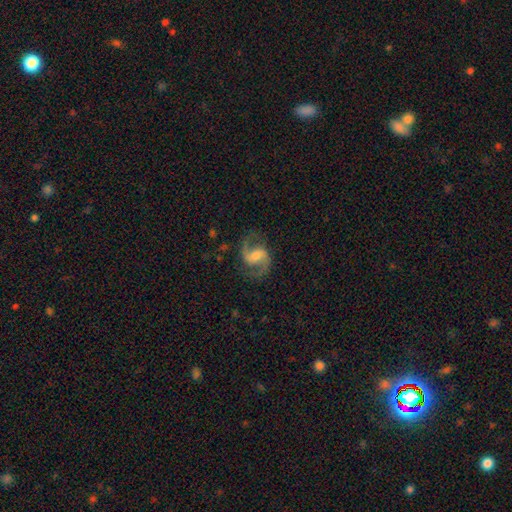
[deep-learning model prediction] featured or disk 89%, smooth 6%, star or artifact 5%. Down the decision tree: edge-on disk — no (98%); bar — weak (52%); spiral arms — yes (97%); spiral arm count — 2 (94%); spiral winding — medium (59%); bulge size — moderate (47%); merging — none (81%).